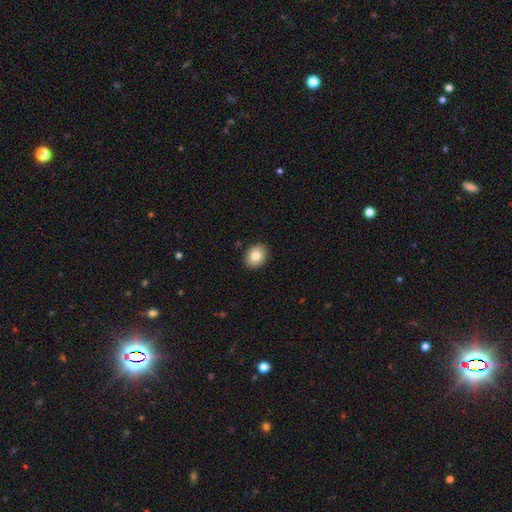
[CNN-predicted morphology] smooth_or_featured: smooth (p=0.80) [alt: featured or disk p=0.11]
how_rounded: in between (p=0.54) [alt: round p=0.45]
merging: none (p=0.90) [alt: minor disturbance p=0.07]